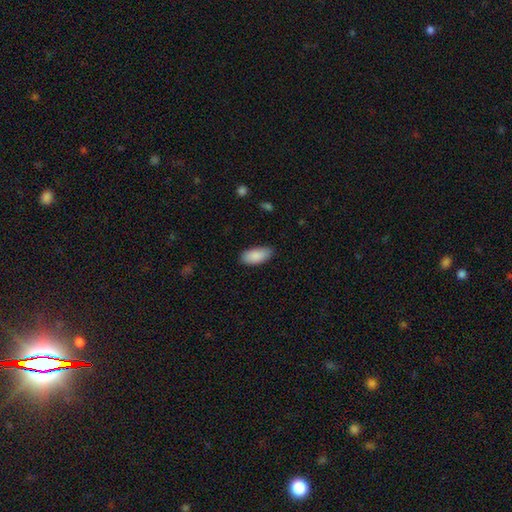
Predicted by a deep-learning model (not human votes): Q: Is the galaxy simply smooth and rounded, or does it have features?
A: smooth — 89%.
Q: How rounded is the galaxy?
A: in between — 92%.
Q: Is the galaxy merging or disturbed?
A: none — 84%.